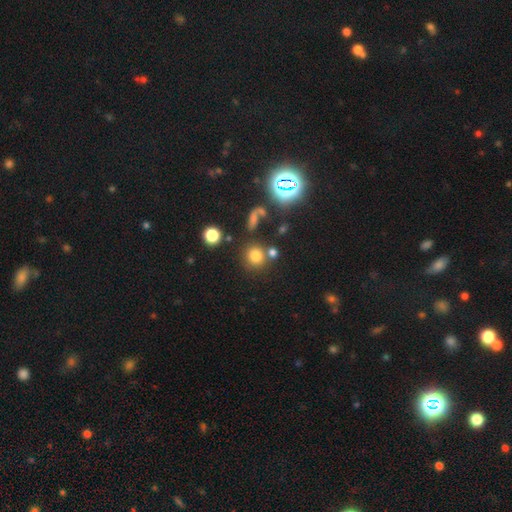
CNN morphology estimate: Q: Smooth or featured?
A: smooth (73%); runner-up: star or artifact (19%)
Q: How rounded?
A: round (82%); runner-up: in between (16%)
Q: Merging?
A: none (68%); runner-up: merger (16%)